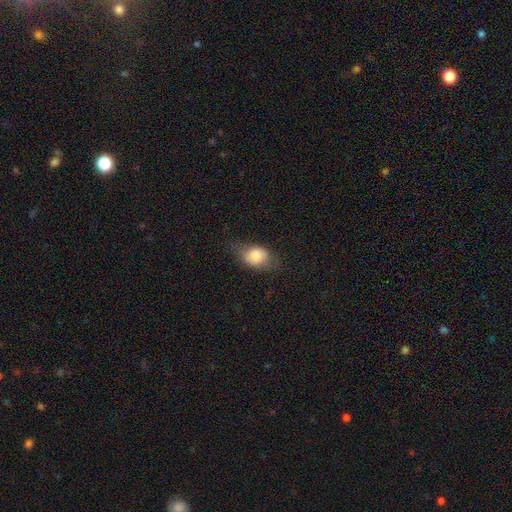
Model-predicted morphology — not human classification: smooth_or_featured: smooth (p=0.74) [alt: featured or disk p=0.18]
how_rounded: in between (p=0.68) [alt: round p=0.29]
merging: none (p=0.63) [alt: minor disturbance p=0.25]